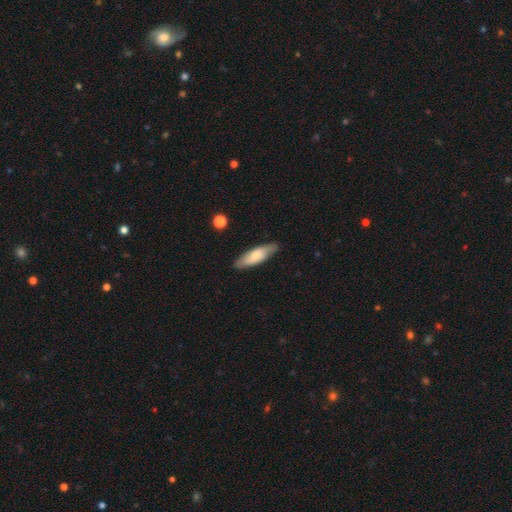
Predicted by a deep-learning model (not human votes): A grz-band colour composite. It shows a smooth galaxy with no disk features (69%) that is cigar-shaped (52%). Merging: none (84%).